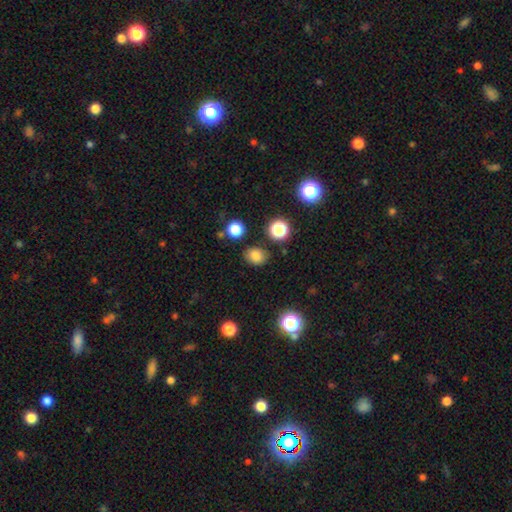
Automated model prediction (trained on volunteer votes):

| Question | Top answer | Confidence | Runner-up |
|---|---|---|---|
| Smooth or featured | smooth | 79% | star or artifact (15%) |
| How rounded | round | 50% | in between (49%) |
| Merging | none | 83% | minor disturbance (11%) |